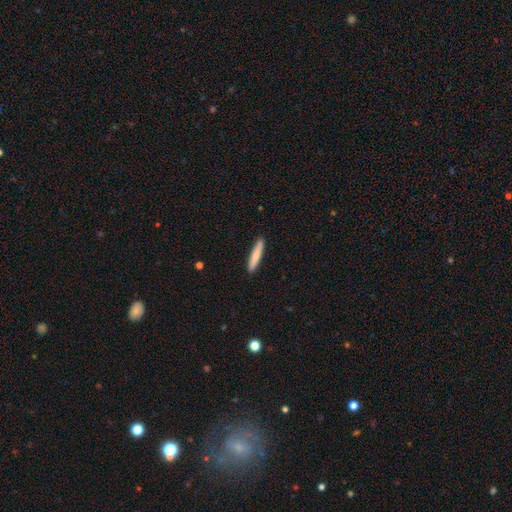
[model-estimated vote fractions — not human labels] Smooth or featured: smooth — 79% (featured or disk — 15%)
How rounded: cigar-shaped — 93% (in between — 6%)
Merging: none — 91% (minor disturbance — 7%)